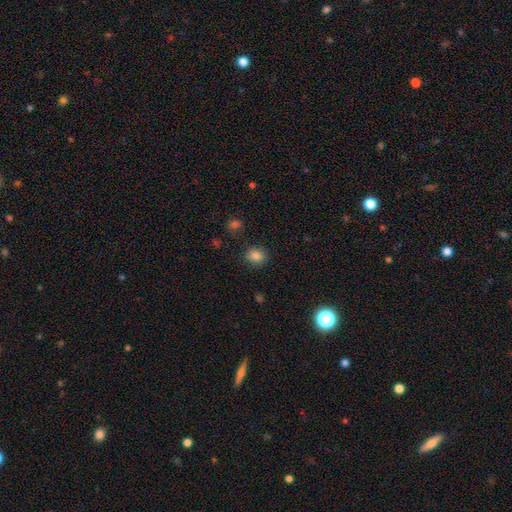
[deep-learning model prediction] A smooth galaxy with no disk features (84%) that is round (59%).

Vote fractions:
- Smooth or featured? smooth: 84% / star or artifact: 11% / featured or disk: 4%
- How rounded? round: 59% / in between: 40% / cigar-shaped: 1%
- Merging? none: 84% / minor disturbance: 11% / major disturbance: 3% / merger: 2%